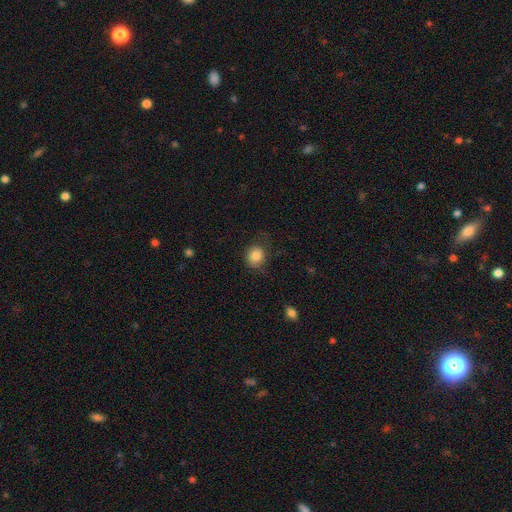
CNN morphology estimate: type=smooth (84%); roundness=round (80%); merging=none (70%).